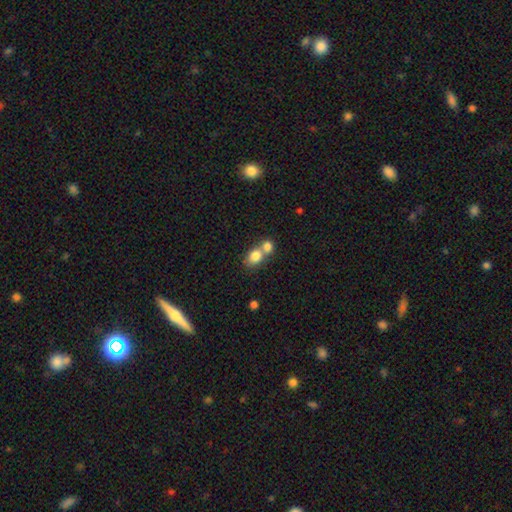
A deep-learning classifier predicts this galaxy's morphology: Smooth or featured? Predicted: smooth (p=0.80). How rounded? Predicted: in between (p=0.52). Merging? Predicted: merger (p=0.61).